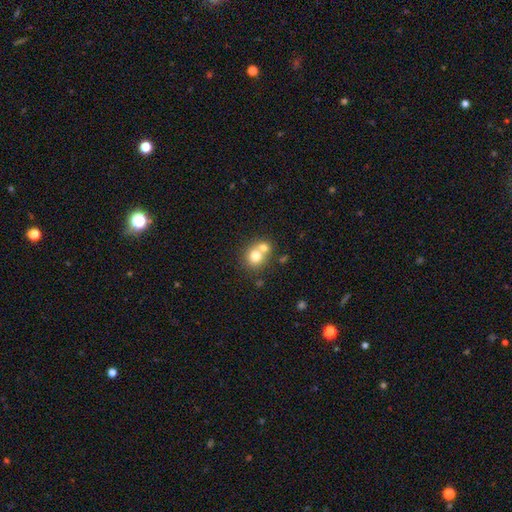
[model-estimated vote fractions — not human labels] Morphology: type=smooth (73%); roundness=round (80%); merging=merger (51%).